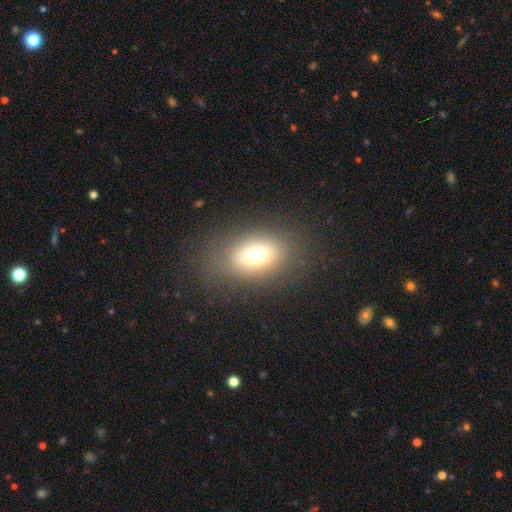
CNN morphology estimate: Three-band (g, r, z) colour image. It shows a smooth galaxy with no disk features (68%) that is in between round and cigar-shaped (76%). Merging: none (80%).